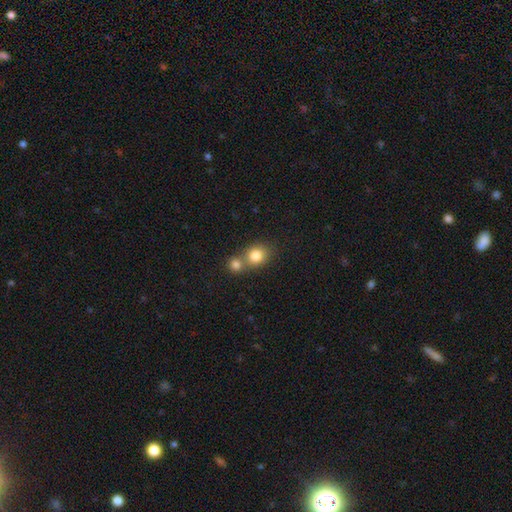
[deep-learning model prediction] smooth_or_featured: smooth (p=0.82) [alt: star or artifact p=0.10]
how_rounded: round (p=0.75) [alt: in between p=0.24]
merging: merger (p=0.46) [alt: none p=0.44]